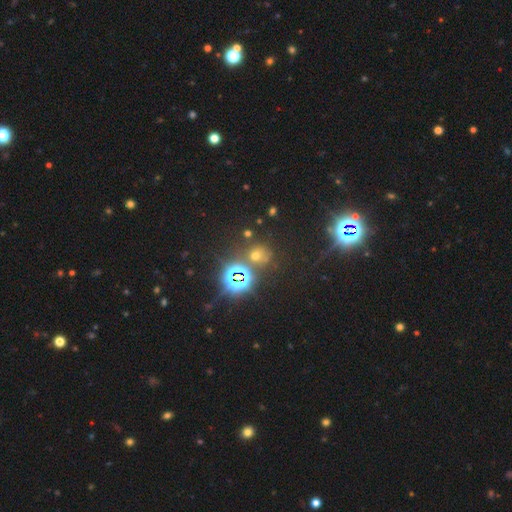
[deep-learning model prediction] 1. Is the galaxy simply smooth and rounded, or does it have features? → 55% star or artifact, 36% smooth, 9% featured or disk.